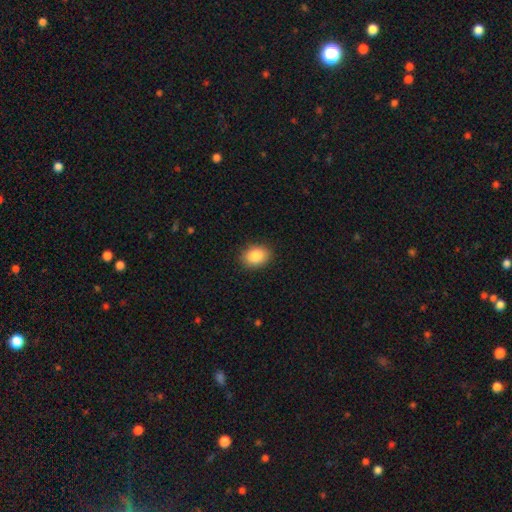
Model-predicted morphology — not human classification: A smooth galaxy with no disk features (87%) that is in between round and cigar-shaped (67%). Merging: none (88%).